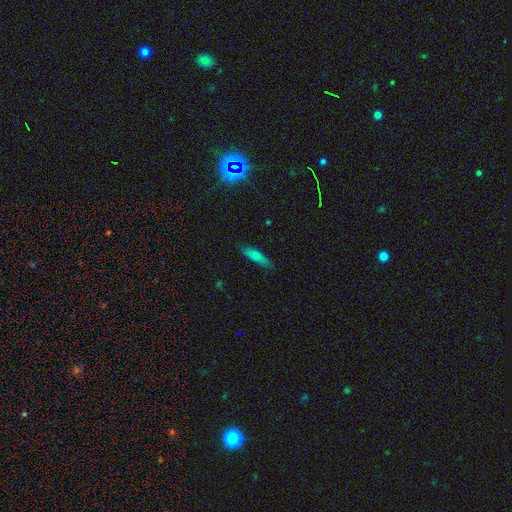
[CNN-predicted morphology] type=smooth (69%); roundness=cigar-shaped (71%); merging=none (83%).